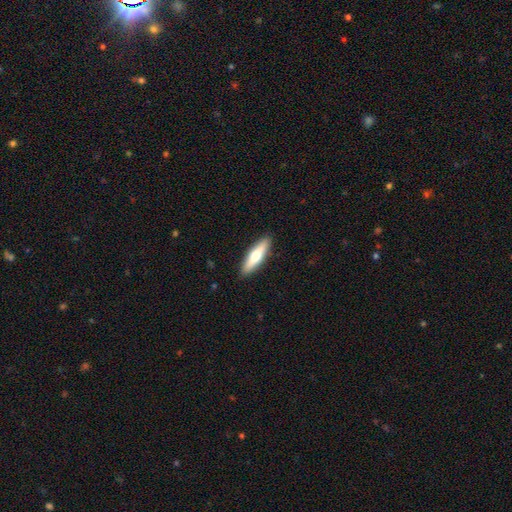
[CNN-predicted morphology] Smooth or featured? smooth (62%)
How rounded? cigar-shaped (70%)
Merging? none (90%)